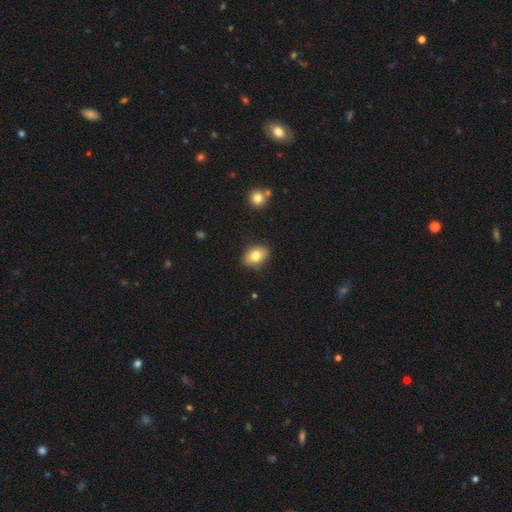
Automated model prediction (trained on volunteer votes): Q: Smooth or featured?
A: smooth (79%); runner-up: featured or disk (13%)
Q: How rounded?
A: in between (82%); runner-up: round (16%)
Q: Merging?
A: none (86%); runner-up: minor disturbance (10%)